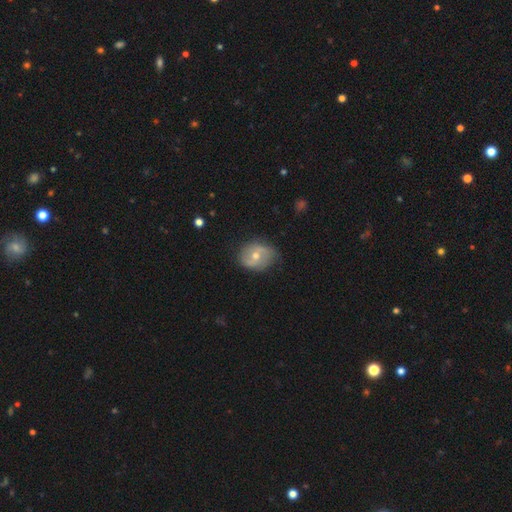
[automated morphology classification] type=featured or disk (60%); edge-on=no (96%); bar=no (54%); spiral arms=yes (73%); bulge=moderate (61%); merging=none (73%).